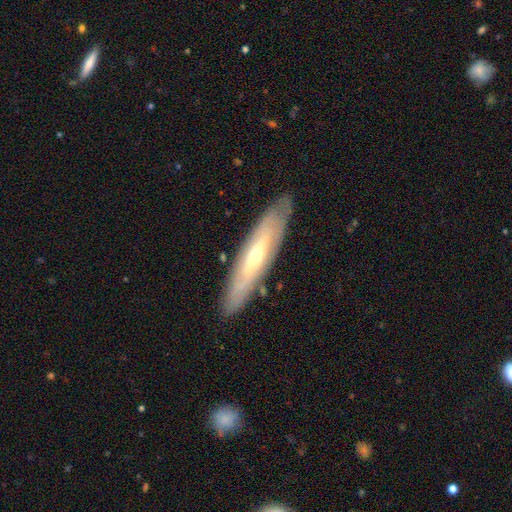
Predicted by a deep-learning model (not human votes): Smooth or featured: featured or disk — 68% (smooth — 26%)
Edge-on disk: yes — 56% (no — 44%)
Merging: none — 85% (minor disturbance — 11%)